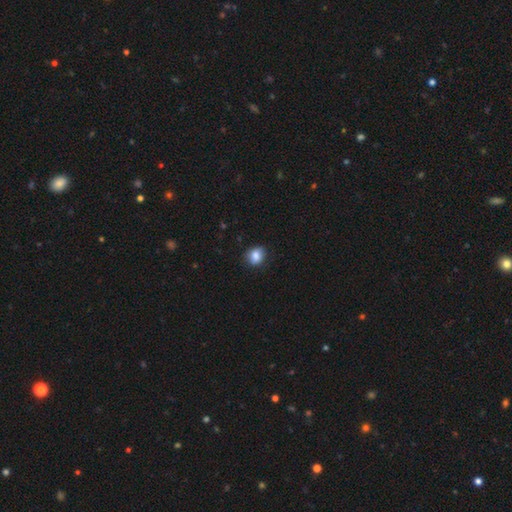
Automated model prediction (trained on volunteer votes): This appears to be a smooth galaxy with no disk features (84%) that is round (59%). Merging: none (82%).